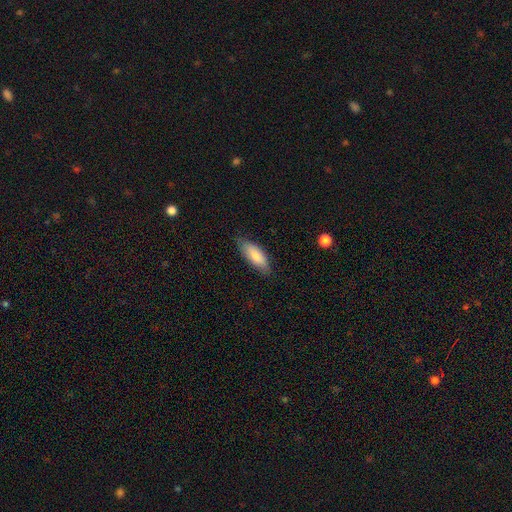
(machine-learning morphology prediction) Smooth or featured? Predicted: smooth (p=0.84). How rounded? Predicted: in between (p=0.72). Merging? Predicted: none (p=0.78).